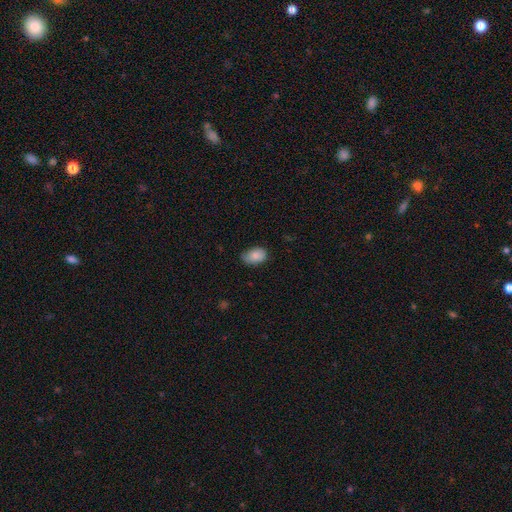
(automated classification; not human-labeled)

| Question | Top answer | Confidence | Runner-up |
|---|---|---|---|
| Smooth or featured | smooth | 86% | star or artifact (7%) |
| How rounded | in between | 87% | round (12%) |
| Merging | none | 63% | minor disturbance (31%) |